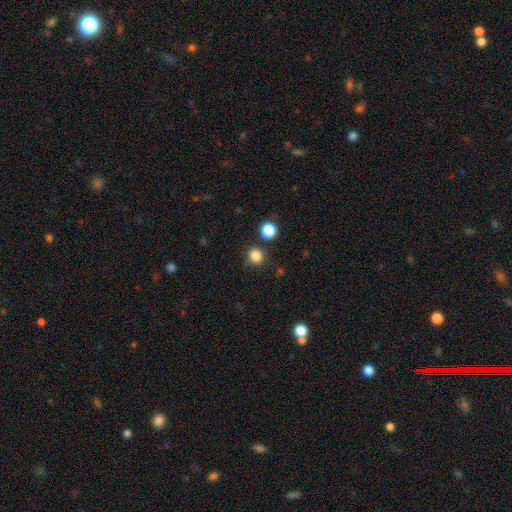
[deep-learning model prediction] This appears to be a smooth galaxy with no disk features (84%) that is round (93%). Merging: none (85%).